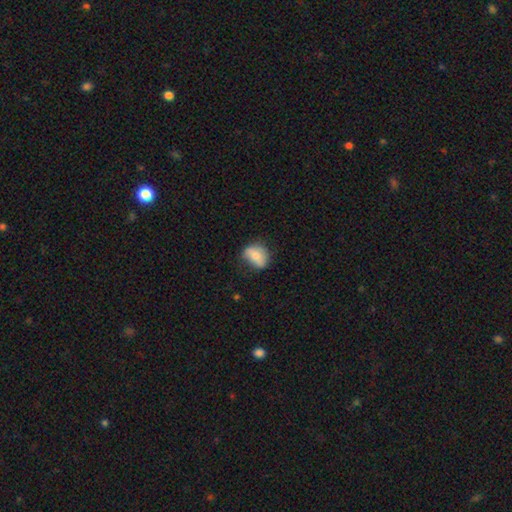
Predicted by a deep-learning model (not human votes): Overall: smooth (73%). How rounded: in between (65%; round 33%). Merging: none (56%; minor disturbance 33%).